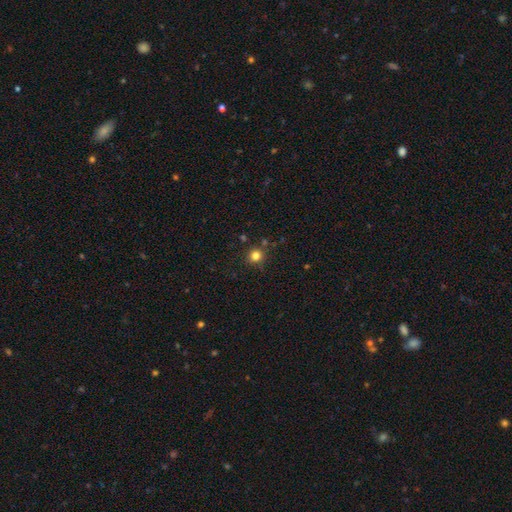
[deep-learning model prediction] A smooth galaxy with no disk features (81%) that is round (92%).

Vote fractions:
- Smooth or featured? smooth: 81% / star or artifact: 14% / featured or disk: 5%
- How rounded? round: 92% / in between: 7% / cigar-shaped: 1%
- Merging? none: 85% / minor disturbance: 9% / merger: 4% / major disturbance: 3%